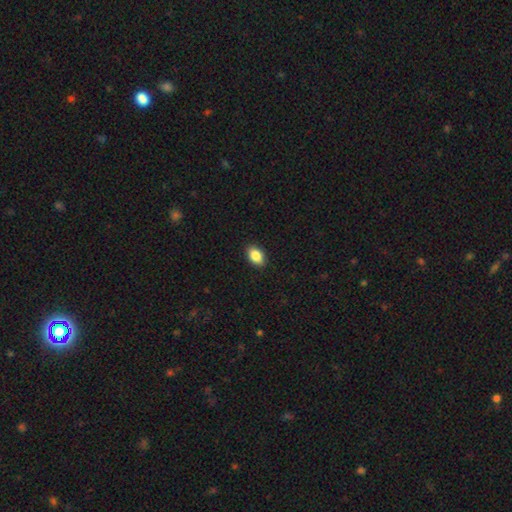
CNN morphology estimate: Smooth or featured? smooth (88%)
How rounded? in between (87%)
Merging? none (90%)